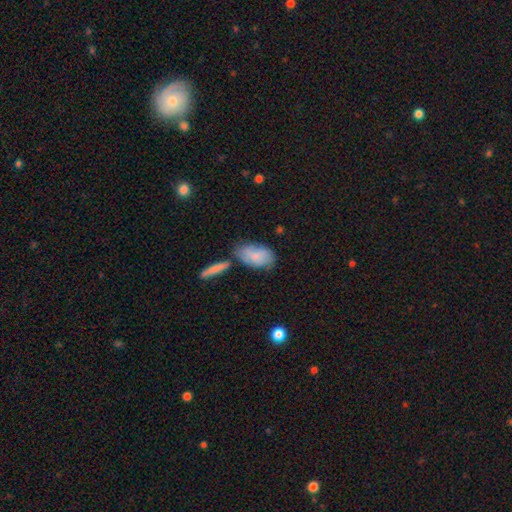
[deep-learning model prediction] Smooth or featured?
  - smooth: 78% *
  - featured or disk: 16%
  - star or artifact: 6%
How rounded?
  - in between: 92% *
  - round: 4%
  - cigar-shaped: 4%
Merging?
  - none: 56% *
  - minor disturbance: 21%
  - merger: 16%
  - major disturbance: 6%